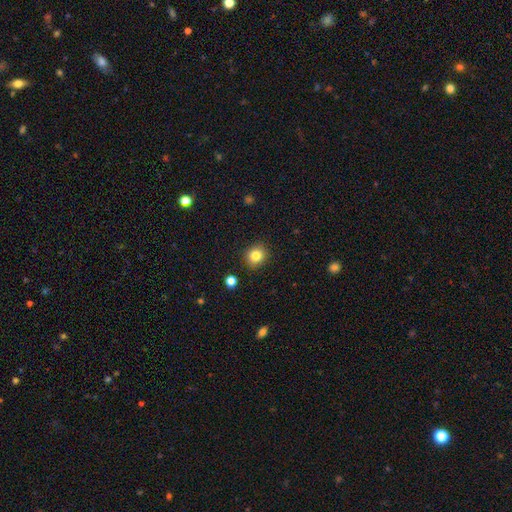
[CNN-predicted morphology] Smooth or featured? Predicted: smooth (p=0.83). How rounded? Predicted: round (p=0.79). Merging? Predicted: none (p=0.90).